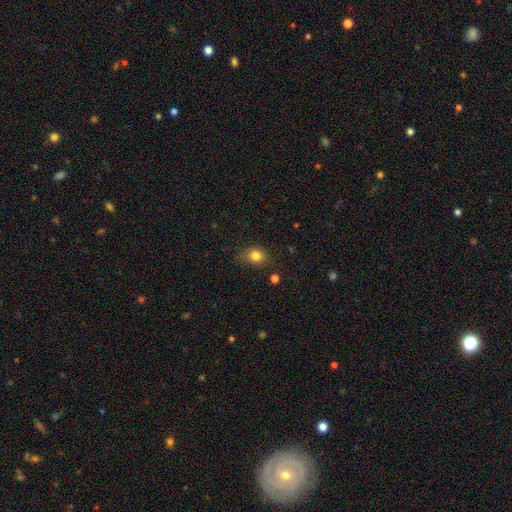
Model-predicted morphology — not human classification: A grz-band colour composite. It shows a smooth galaxy with no disk features (82%) that is round (55%). Merging: none (75%).